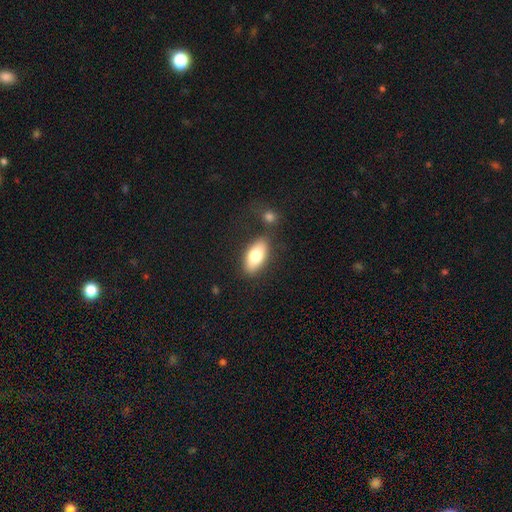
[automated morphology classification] smooth_or_featured: smooth (p=0.77) [alt: featured or disk p=0.17]
how_rounded: in between (p=0.89) [alt: cigar-shaped p=0.08]
merging: none (p=0.76) [alt: minor disturbance p=0.12]